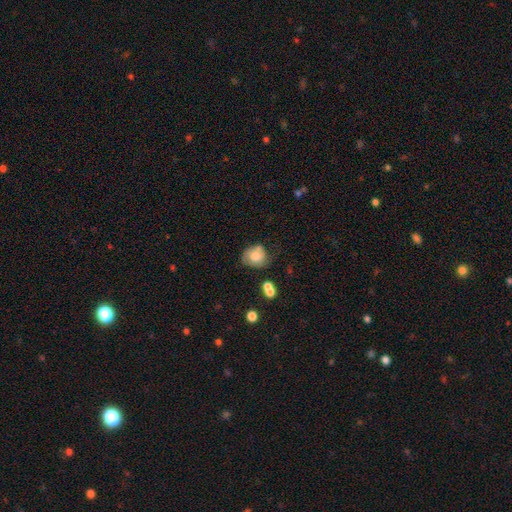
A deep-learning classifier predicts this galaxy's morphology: A smooth galaxy with no disk features (63%) that is round (61%). Merging: none (48%).